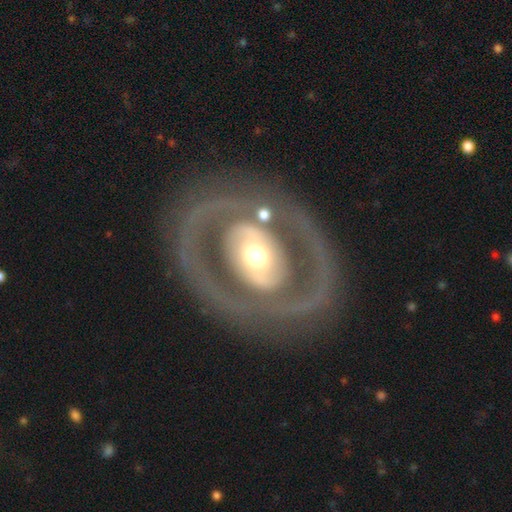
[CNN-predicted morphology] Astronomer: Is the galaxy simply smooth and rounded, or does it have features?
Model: featured or disk — 77%.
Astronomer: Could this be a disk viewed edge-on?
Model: no — 95%.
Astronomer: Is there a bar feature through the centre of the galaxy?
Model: no — 56%.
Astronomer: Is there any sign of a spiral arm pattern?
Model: no — 55% (runner-up: yes, 45%).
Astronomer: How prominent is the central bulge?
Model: moderate — 66%.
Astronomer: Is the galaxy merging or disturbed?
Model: none — 74%.